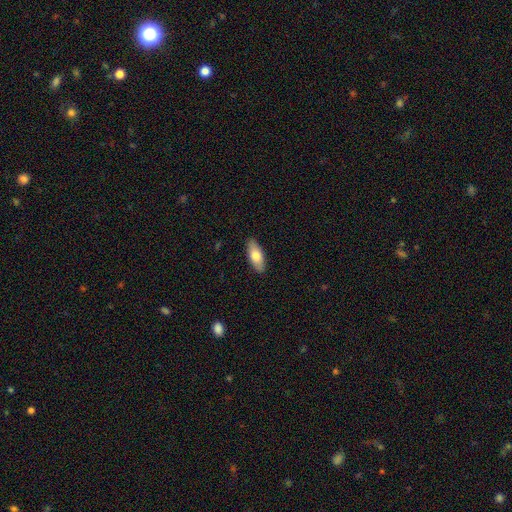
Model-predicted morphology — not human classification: smooth-or-featured: smooth: 74% | featured or disk: 20% | star or artifact: 6%
  how-rounded: in between: 79% | cigar-shaped: 19% | round: 2%
  merging: none: 89% | minor disturbance: 8% | major disturbance: 2% | merger: 1%